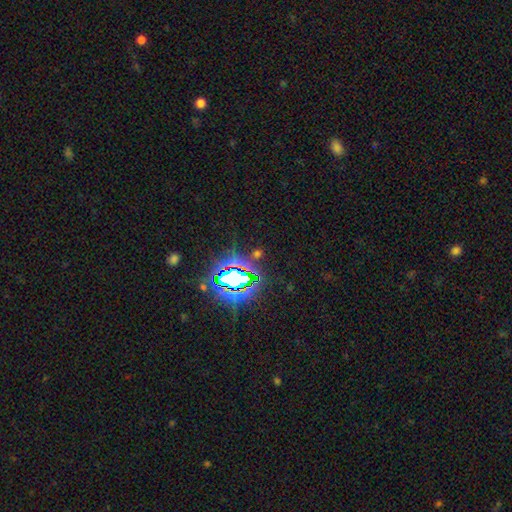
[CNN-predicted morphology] Smooth or featured? Predicted: star or artifact (p=0.78).